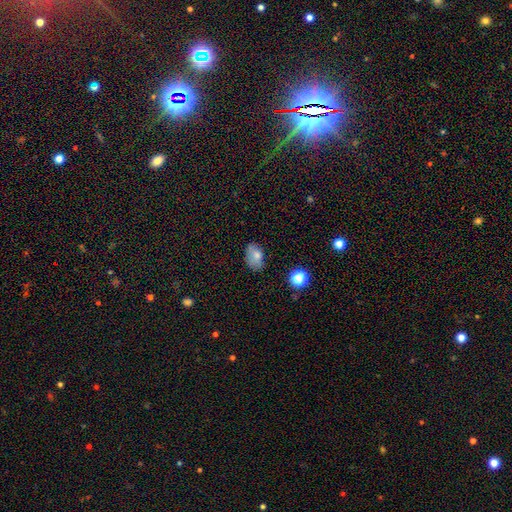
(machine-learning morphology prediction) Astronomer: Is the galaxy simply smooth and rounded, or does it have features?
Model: smooth — 76%.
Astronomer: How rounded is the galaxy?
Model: in between — 84%.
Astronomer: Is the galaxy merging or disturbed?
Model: none — 65%.